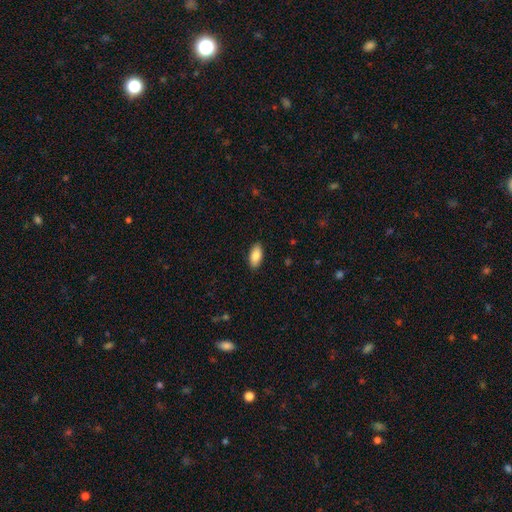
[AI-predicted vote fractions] Smooth or featured?
  - smooth: 87% *
  - featured or disk: 7%
  - star or artifact: 6%
How rounded?
  - in between: 92% *
  - cigar-shaped: 6%
  - round: 2%
Merging?
  - none: 89% *
  - minor disturbance: 8%
  - major disturbance: 2%
  - merger: 1%